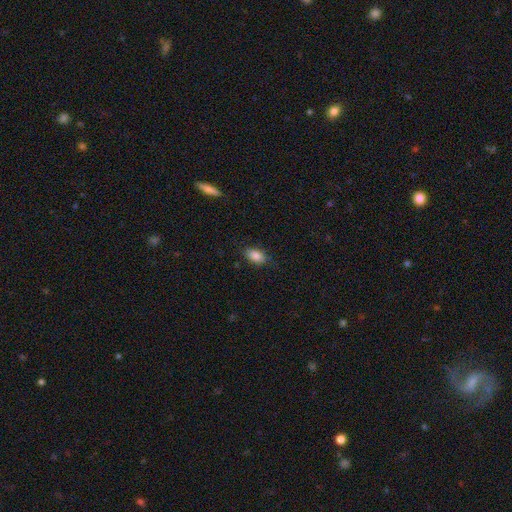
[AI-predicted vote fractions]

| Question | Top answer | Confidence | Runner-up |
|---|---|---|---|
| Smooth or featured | smooth | 86% | star or artifact (8%) |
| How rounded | in between | 89% | round (7%) |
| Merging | none | 82% | minor disturbance (14%) |